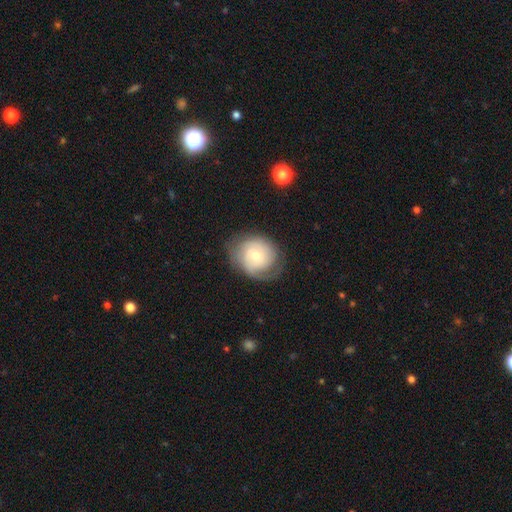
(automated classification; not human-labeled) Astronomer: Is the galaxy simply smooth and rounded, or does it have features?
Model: featured or disk — 64%.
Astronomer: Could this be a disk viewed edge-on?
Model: no — 97%.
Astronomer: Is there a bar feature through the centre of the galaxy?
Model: no — 59% (runner-up: weak, 35%).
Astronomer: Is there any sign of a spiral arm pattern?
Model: yes — 87%.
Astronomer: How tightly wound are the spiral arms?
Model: tight — 58%.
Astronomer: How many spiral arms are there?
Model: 2 — 46% (runner-up: can't tell, 28%).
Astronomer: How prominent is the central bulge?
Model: moderate — 52% (runner-up: small, 42%).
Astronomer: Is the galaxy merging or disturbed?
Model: none — 69%.